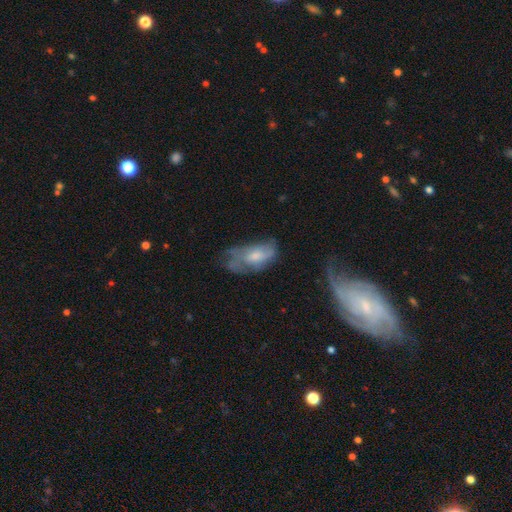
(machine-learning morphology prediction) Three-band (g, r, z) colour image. It shows a featured or disk galaxy (46%, tied with smooth). Merging: none (38%).